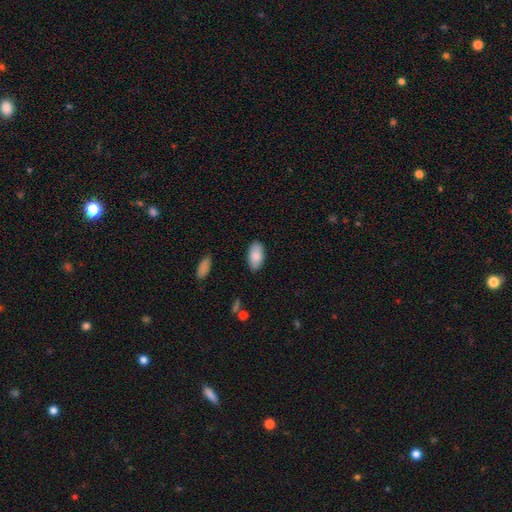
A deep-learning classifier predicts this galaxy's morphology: This is clearly a smooth galaxy (85%). How rounded: clearly in between (94%). Merging: clearly none (85%).